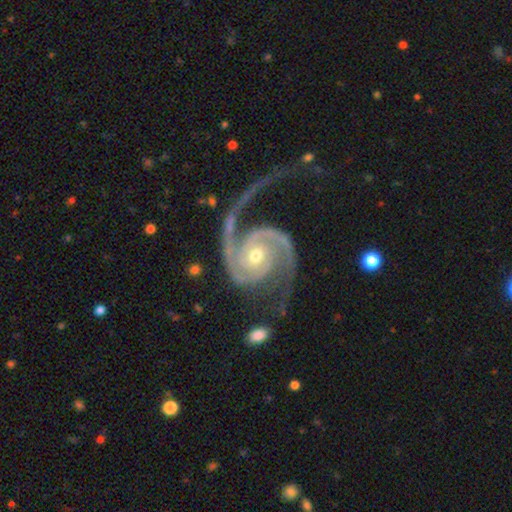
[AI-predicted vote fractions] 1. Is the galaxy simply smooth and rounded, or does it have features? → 94% featured or disk, 4% star or artifact, 2% smooth.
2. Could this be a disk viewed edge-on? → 98% no, 2% yes.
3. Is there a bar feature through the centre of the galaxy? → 68% no, 21% weak, 11% strong.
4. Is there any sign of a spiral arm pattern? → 99% yes, 1% no.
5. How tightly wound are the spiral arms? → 49% medium, 34% tight, 16% loose.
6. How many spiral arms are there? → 88% 2, 4% 3, 2% 1, 2% can't tell, 2% 4, 2% more than 4.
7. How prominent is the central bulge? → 54% moderate, 42% small, 2% large, 1% none, 1% dominant.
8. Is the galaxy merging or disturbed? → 57% none, 22% major disturbance, 18% minor disturbance, 4% merger.